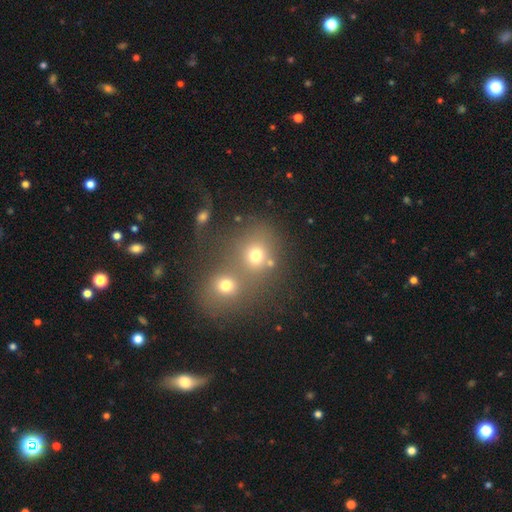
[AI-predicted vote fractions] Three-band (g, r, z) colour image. It shows a smooth galaxy with no disk features (71%) that is round (77%). Merging: merger (49%).